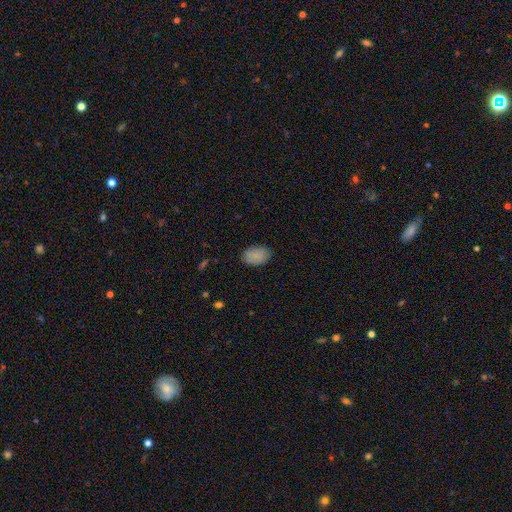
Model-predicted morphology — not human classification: This is clearly a smooth galaxy (87%). How rounded: clearly in between (90%). Merging: clearly none (85%).